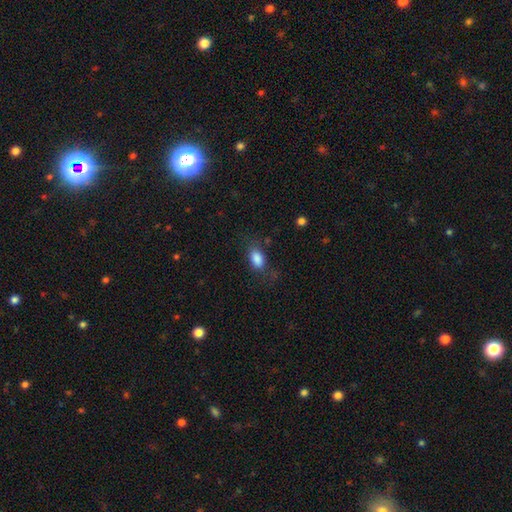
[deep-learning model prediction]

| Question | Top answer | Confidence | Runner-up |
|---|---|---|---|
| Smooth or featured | smooth | 64% | star or artifact (24%) |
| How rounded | in between | 74% | round (20%) |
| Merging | none | 72% | minor disturbance (17%) |